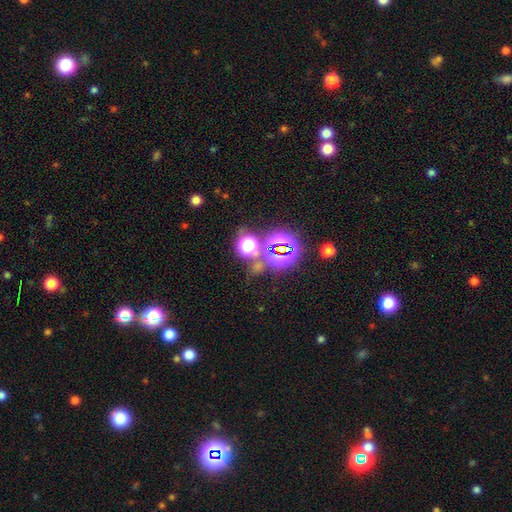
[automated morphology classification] smooth-or-featured: star or artifact: 64% | smooth: 28% | featured or disk: 9%